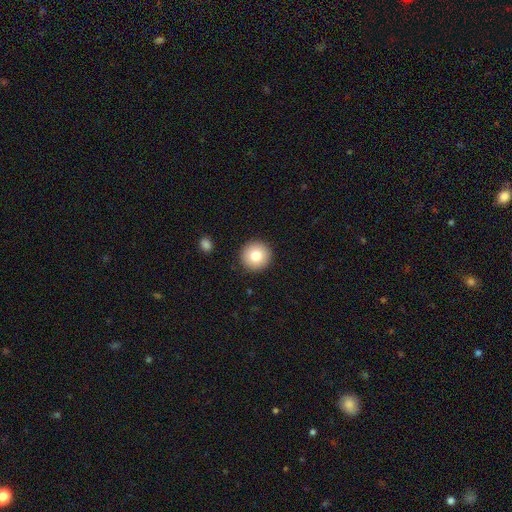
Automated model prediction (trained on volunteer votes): This is clearly a smooth galaxy (80%). How rounded: clearly round (96%). Merging: clearly none (92%).